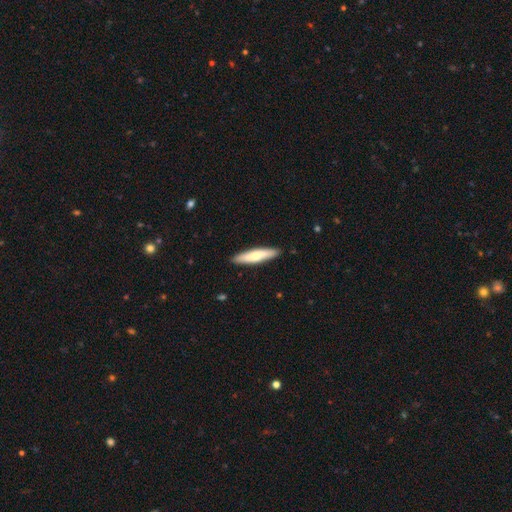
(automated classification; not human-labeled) smooth_or_featured: smooth (p=0.64) [alt: featured or disk p=0.31]
how_rounded: cigar-shaped (p=0.82) [alt: in between p=0.16]
merging: none (p=0.90) [alt: minor disturbance p=0.07]